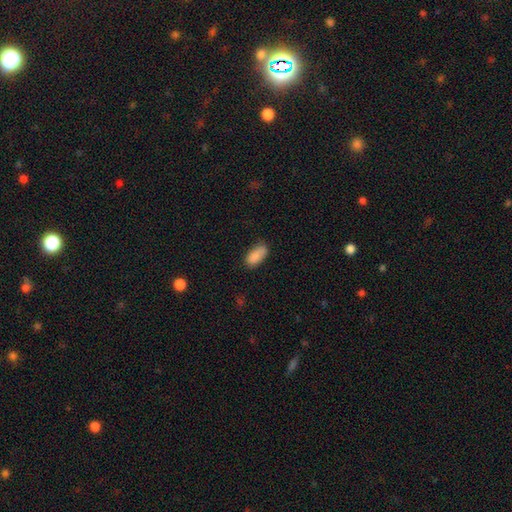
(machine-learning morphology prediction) Smooth or featured?
  - smooth: 88% *
  - star or artifact: 7%
  - featured or disk: 5%
How rounded?
  - in between: 90% *
  - cigar-shaped: 7%
  - round: 3%
Merging?
  - none: 75% *
  - minor disturbance: 20%
  - major disturbance: 4%
  - merger: 2%